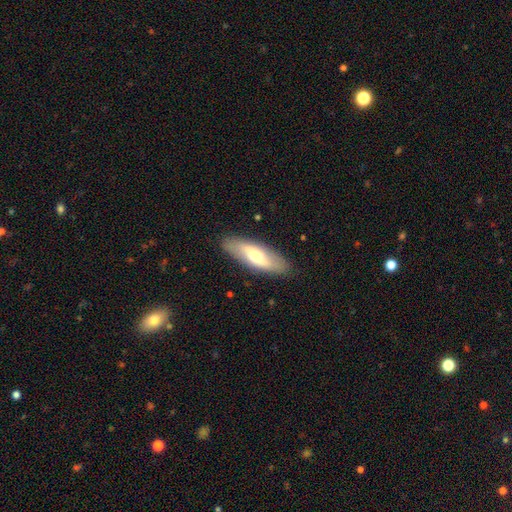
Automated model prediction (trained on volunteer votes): smooth-or-featured: smooth: 50% | featured or disk: 44% | star or artifact: 6%
  how-rounded: in between: 55% | cigar-shaped: 42% | round: 2%
  merging: none: 87% | minor disturbance: 10% | major disturbance: 2% | merger: 1%